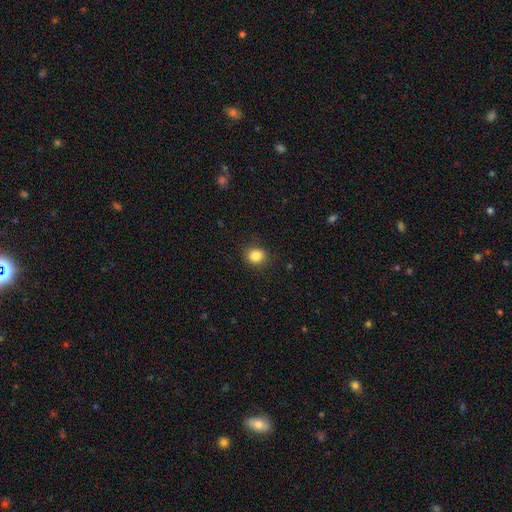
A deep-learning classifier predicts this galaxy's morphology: type=smooth (86%); roundness=round (76%); merging=none (89%).